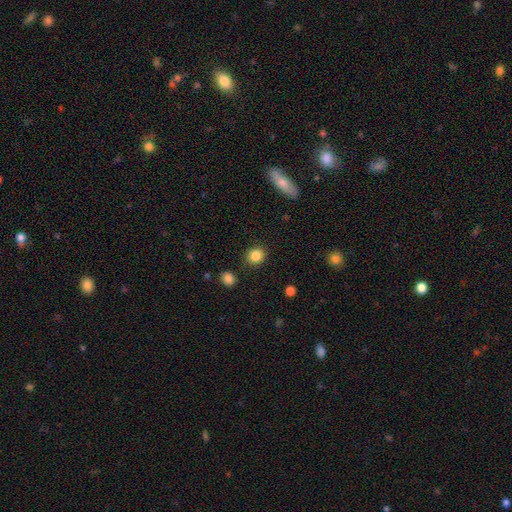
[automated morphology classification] The model was most divided on "how rounded": round: 82%, in between: 17%, cigar-shaped: 1%. More confident: merging — none (88%); smooth or featured — smooth (86%).